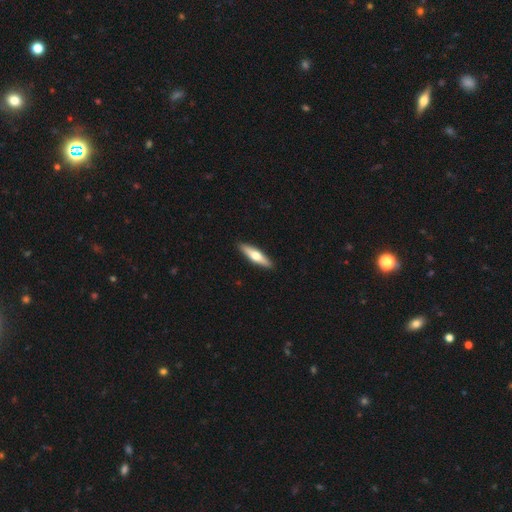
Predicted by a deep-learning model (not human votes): This appears to be a smooth galaxy with no disk features (49%). Merging: none (92%).